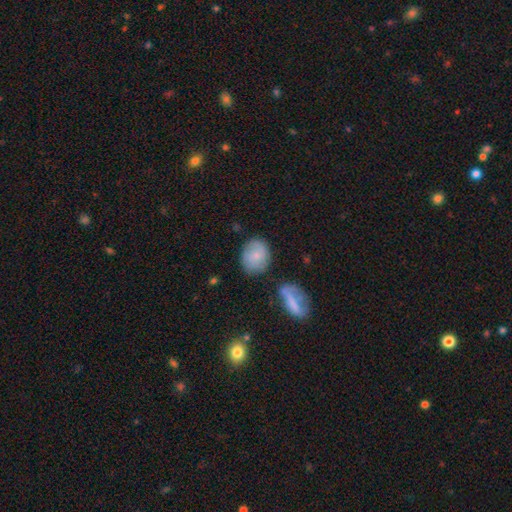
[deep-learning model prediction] smooth 74%, featured or disk 19%, star or artifact 7%. Down the decision tree: how rounded — round (57%); merging — none (72%).